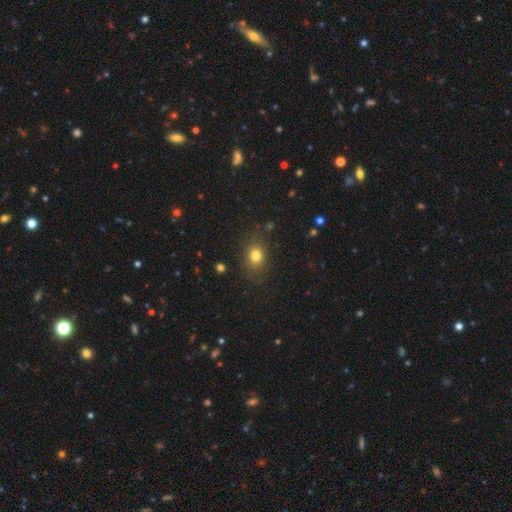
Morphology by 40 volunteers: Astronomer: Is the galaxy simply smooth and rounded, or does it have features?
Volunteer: smooth — 78%.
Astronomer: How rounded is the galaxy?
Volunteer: in between — 65%.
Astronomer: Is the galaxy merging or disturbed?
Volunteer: none — 94%.